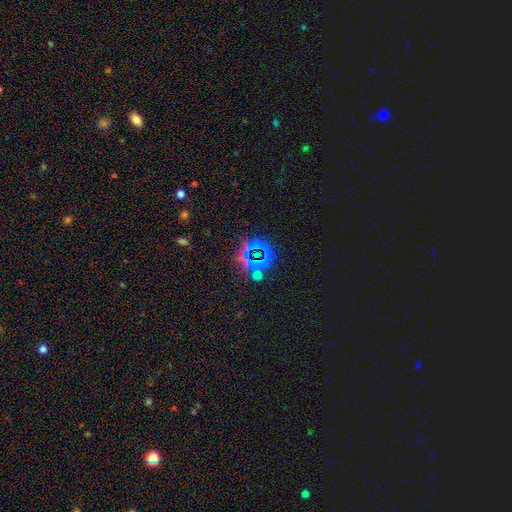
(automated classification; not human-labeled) Q: Smooth or featured?
A: star or artifact (74%); runner-up: smooth (17%)